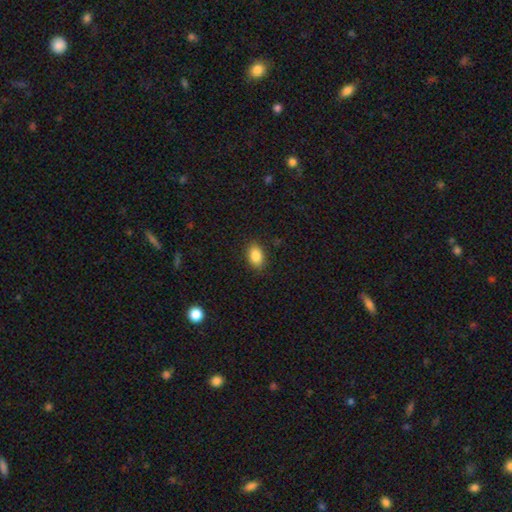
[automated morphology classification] smooth 86%, star or artifact 8%, featured or disk 6%. Down the decision tree: how rounded — in between (87%); merging — none (87%).